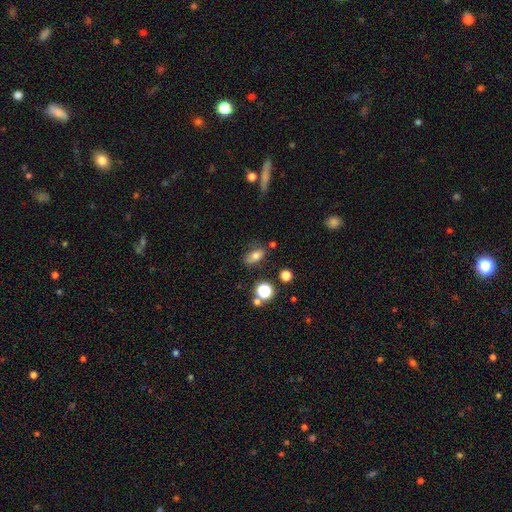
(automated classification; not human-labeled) Smooth or featured?
  - smooth: 72% *
  - featured or disk: 14%
  - star or artifact: 14%
How rounded?
  - in between: 81% *
  - round: 13%
  - cigar-shaped: 5%
Merging?
  - none: 71% *
  - minor disturbance: 18%
  - major disturbance: 5%
  - merger: 5%